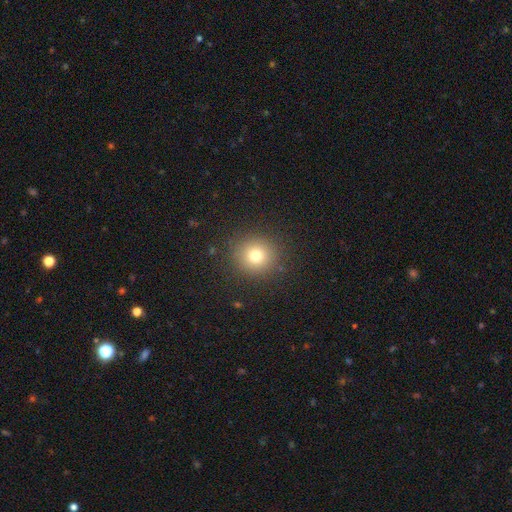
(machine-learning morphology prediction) Smooth or featured? smooth (75%)
How rounded? round (92%)
Merging? none (89%)